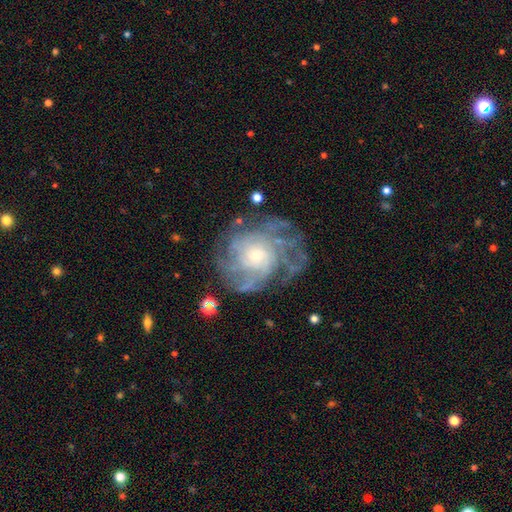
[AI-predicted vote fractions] The model was most divided on "bulge size": small: 54%, moderate: 38%, large: 5%, none: 2%, dominant: 1%. Remaining: edge-on disk — no (97%); spiral arms — yes (92%); smooth or featured — featured or disk (83%); bar — no (77%); merging — none (69%); spiral winding — tight (61%); spiral arm count — can't tell (38%).